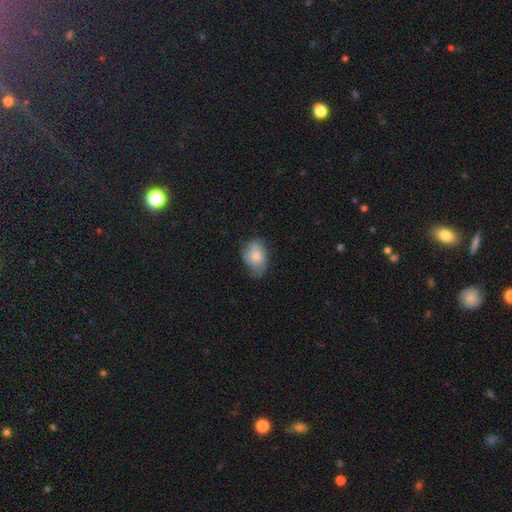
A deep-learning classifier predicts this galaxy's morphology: Overall: smooth (71%). How rounded: in between (78%). Merging: none (45%; minor disturbance 38%).